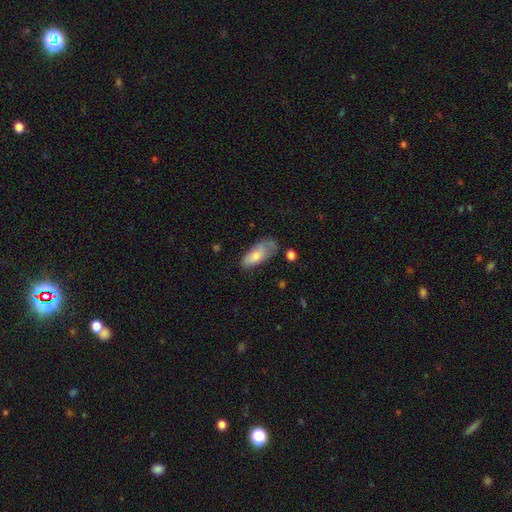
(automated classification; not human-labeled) A smooth galaxy with no disk features (70%) that is in between round and cigar-shaped (82%).

Vote fractions:
- Smooth or featured? smooth: 70% / featured or disk: 24% / star or artifact: 7%
- How rounded? in between: 82% / cigar-shaped: 16% / round: 2%
- Merging? none: 48% / minor disturbance: 34% / major disturbance: 14% / merger: 4%